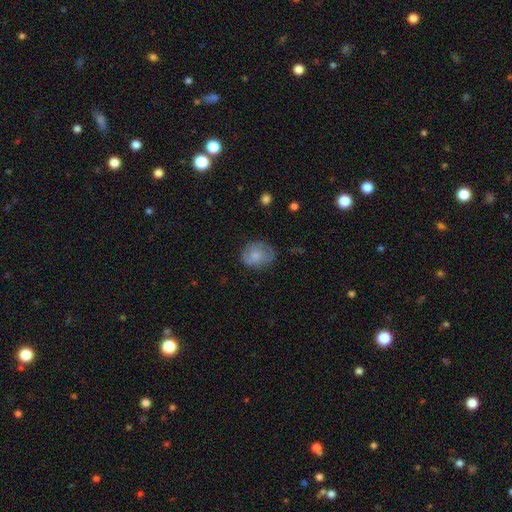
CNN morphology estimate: This is likely a smooth galaxy (68%). How rounded: likely round (67%). Merging: likely none (69%).